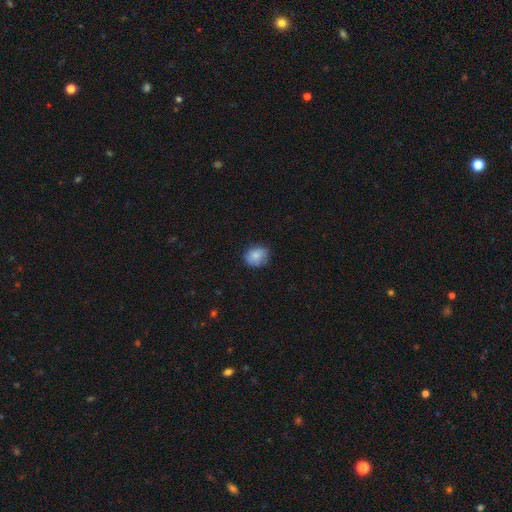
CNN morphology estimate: smooth-or-featured: smooth: 85% | star or artifact: 8% | featured or disk: 7%
  how-rounded: round: 55% | in between: 44% | cigar-shaped: 1%
  merging: none: 73% | minor disturbance: 22% | major disturbance: 4% | merger: 1%